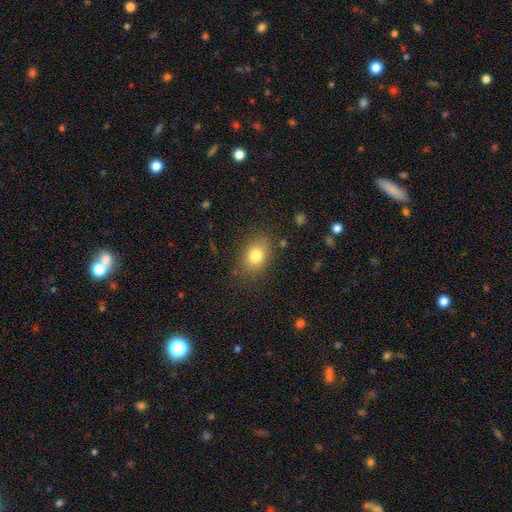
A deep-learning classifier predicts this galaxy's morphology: type=smooth (80%); roundness=in between (64%); merging=none (81%).